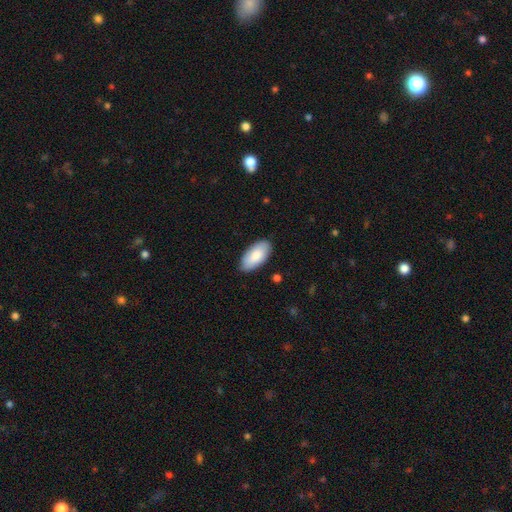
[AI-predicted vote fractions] smooth_or_featured: smooth (p=0.84) [alt: featured or disk p=0.11]
how_rounded: in between (p=0.95) [alt: cigar-shaped p=0.04]
merging: none (p=0.85) [alt: minor disturbance p=0.12]